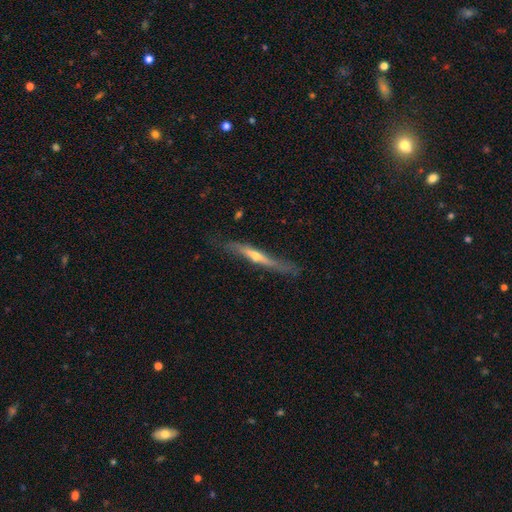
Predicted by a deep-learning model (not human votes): Smooth or featured? Predicted: featured or disk (p=0.69). Edge-on disk? Predicted: yes (p=0.91). Edge-on bulge? Predicted: rounded (p=0.75). Merging? Predicted: none (p=0.70).